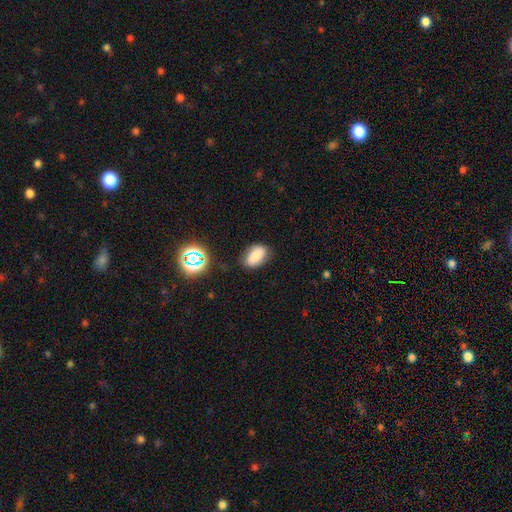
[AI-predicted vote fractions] A smooth galaxy with no disk features (78%) that is in between round and cigar-shaped (87%).

Vote fractions:
- Smooth or featured? smooth: 78% / star or artifact: 12% / featured or disk: 10%
- How rounded? in between: 87% / round: 11% / cigar-shaped: 2%
- Merging? none: 76% / minor disturbance: 17% / major disturbance: 4% / merger: 2%